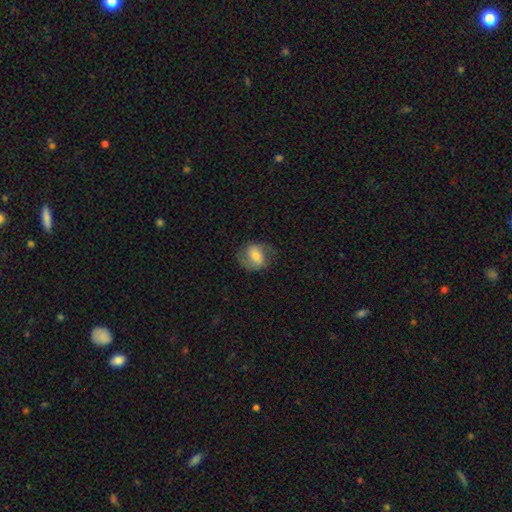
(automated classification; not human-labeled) The model was most divided on "smooth or featured": featured or disk: 50%, smooth: 42%, star or artifact: 8%. More confident: merging — none (71%).